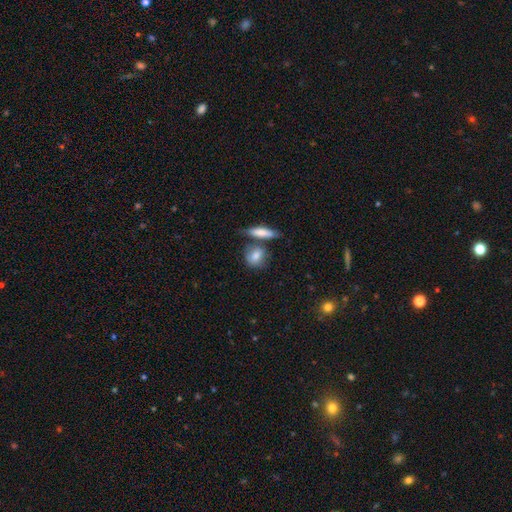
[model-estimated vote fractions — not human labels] smooth-or-featured: smooth: 80% | featured or disk: 14% | star or artifact: 7%
  how-rounded: round: 49% | in between: 42% | cigar-shaped: 9%
  merging: none: 56% | merger: 24% | minor disturbance: 16% | major disturbance: 5%